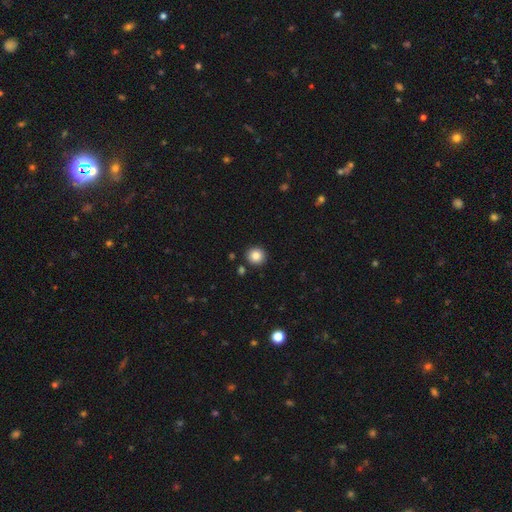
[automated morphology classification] A smooth galaxy with no disk features (84%) that is round (94%).

Vote fractions:
- Smooth or featured? smooth: 84% / star or artifact: 10% / featured or disk: 6%
- How rounded? round: 94% / in between: 6% / cigar-shaped: 1%
- Merging? none: 90% / minor disturbance: 6% / merger: 3% / major disturbance: 2%